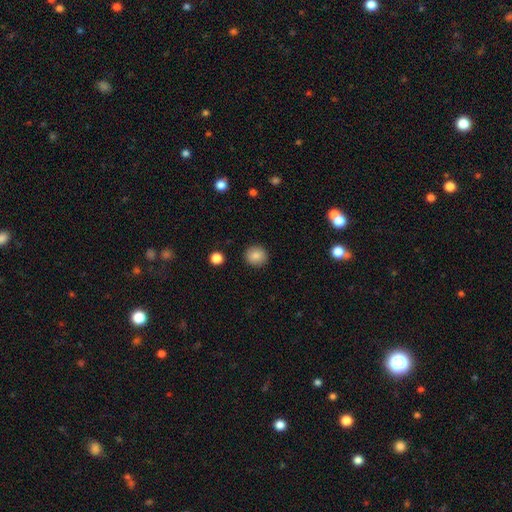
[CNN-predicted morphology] smooth_or_featured: smooth (p=0.86) [alt: star or artifact p=0.09]
how_rounded: round (p=0.87) [alt: in between p=0.12]
merging: none (p=0.91) [alt: minor disturbance p=0.06]